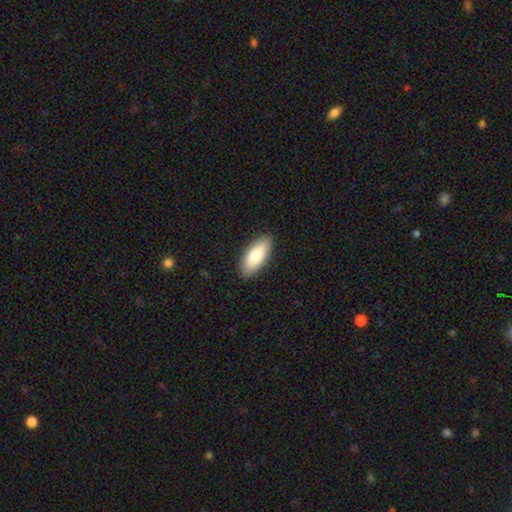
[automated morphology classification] A smooth galaxy with no disk features (83%) that is in between round and cigar-shaped (82%).

Vote fractions:
- Smooth or featured? smooth: 83% / featured or disk: 11% / star or artifact: 6%
- How rounded? in between: 82% / cigar-shaped: 17% / round: 2%
- Merging? none: 89% / minor disturbance: 8% / major disturbance: 2% / merger: 1%